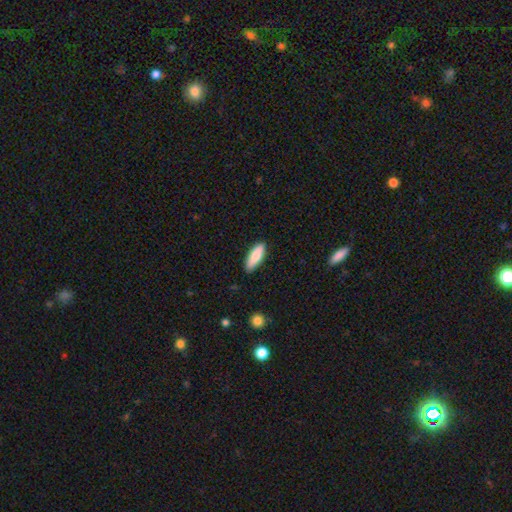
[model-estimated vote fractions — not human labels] Smooth or featured? Predicted: smooth (p=0.82). How rounded? Predicted: in between (p=0.55). Merging? Predicted: none (p=0.88).